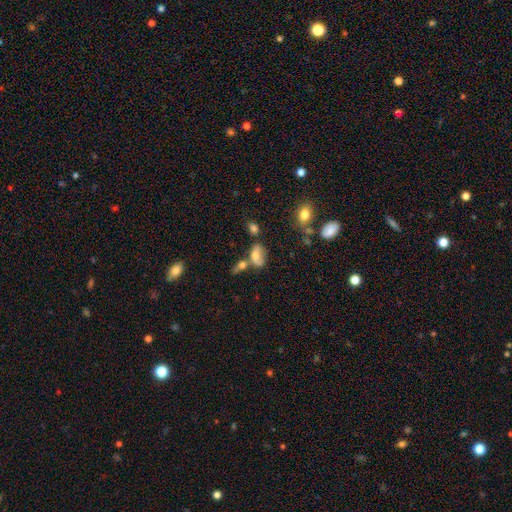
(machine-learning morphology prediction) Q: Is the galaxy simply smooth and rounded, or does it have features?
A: smooth — 61%.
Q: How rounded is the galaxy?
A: in between — 84%.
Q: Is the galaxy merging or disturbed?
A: none — 36%.